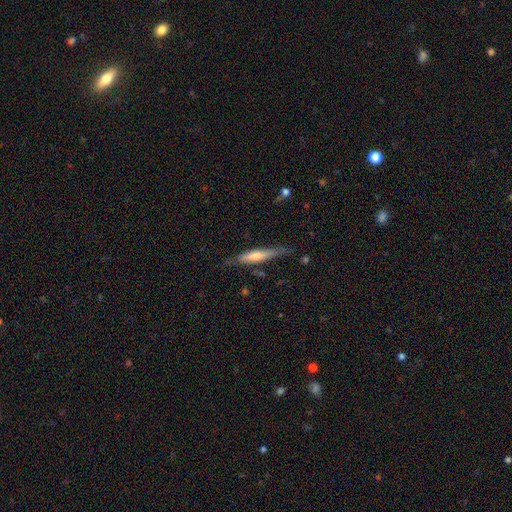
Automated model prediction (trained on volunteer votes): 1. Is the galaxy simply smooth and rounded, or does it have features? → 47% smooth (tied), 47% featured or disk (tied), 6% star or artifact.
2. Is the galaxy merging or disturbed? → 72% none, 21% minor disturbance, 5% major disturbance, 2% merger.